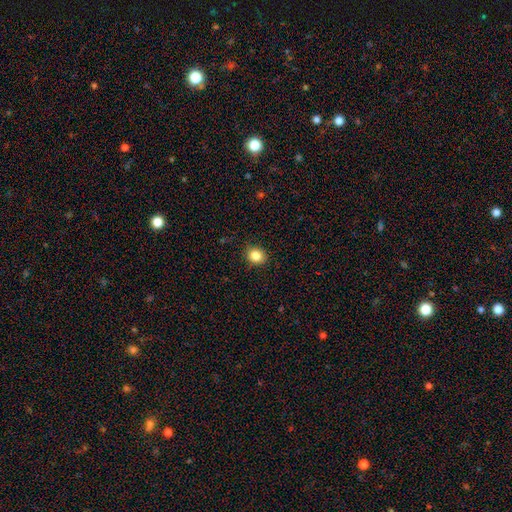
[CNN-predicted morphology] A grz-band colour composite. It shows a smooth galaxy with no disk features (84%) that is round (73%). Merging: none (89%).